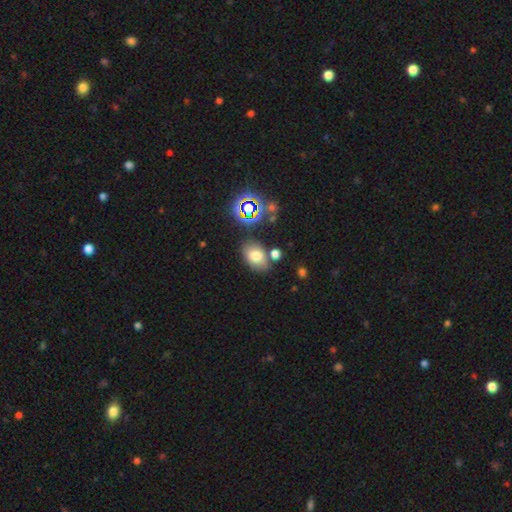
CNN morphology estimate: This is likely a smooth galaxy (71%). How rounded: likely in between (80%). Merging: likely none (68%).